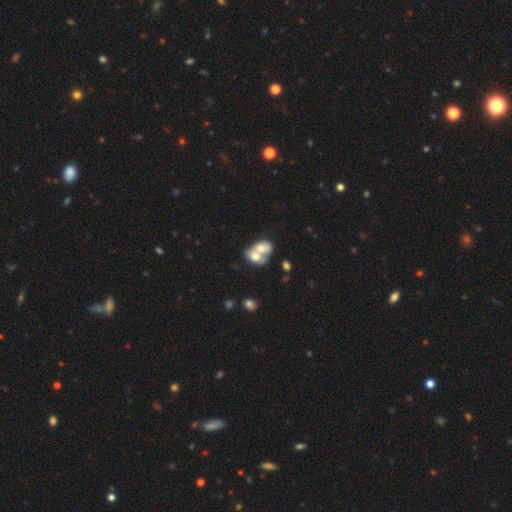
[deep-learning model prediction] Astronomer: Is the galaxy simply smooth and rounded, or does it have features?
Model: smooth — 58% (runner-up: featured or disk, 35%).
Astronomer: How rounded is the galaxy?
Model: in between — 63%.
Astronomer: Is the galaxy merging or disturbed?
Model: merger — 80%.